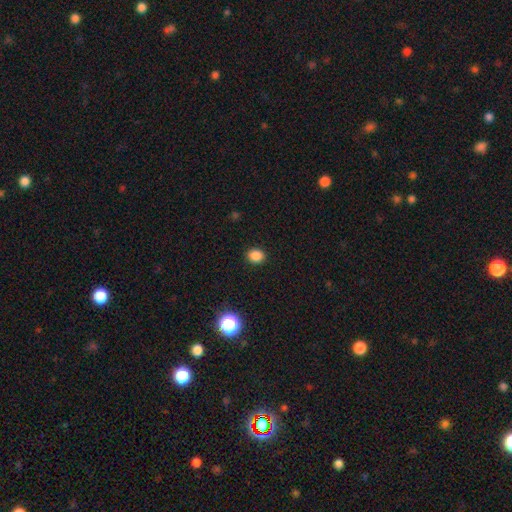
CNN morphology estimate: This appears to be a smooth galaxy with no disk features (85%) that is round (66%). Merging: none (90%).